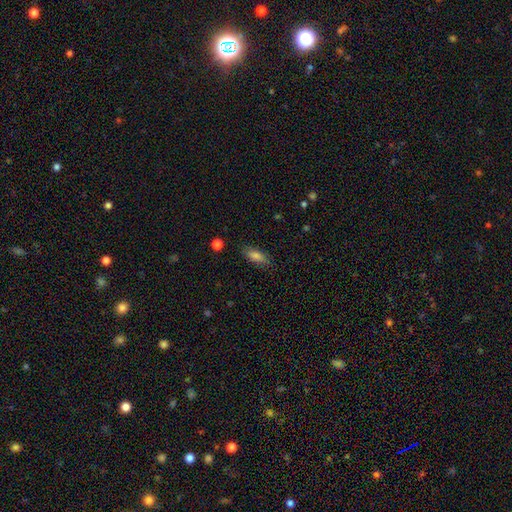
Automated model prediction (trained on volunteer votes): smooth 79%, featured or disk 11%, star or artifact 9%. Down the decision tree: how rounded — in between (68%); merging — none (84%).